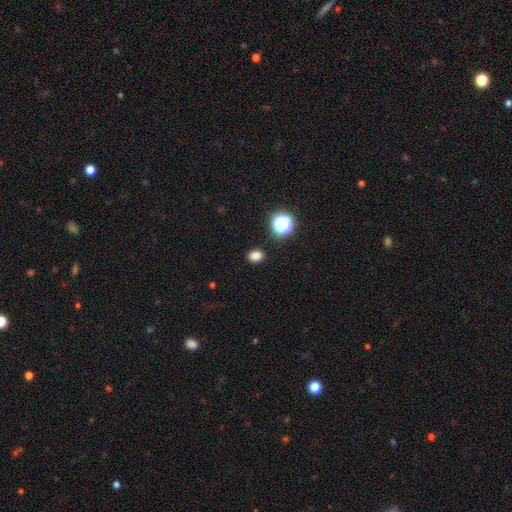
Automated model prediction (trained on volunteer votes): The model was most divided on "how rounded": round: 50%, in between: 49%, cigar-shaped: 1%. More confident: merging — none (90%); smooth or featured — smooth (81%).